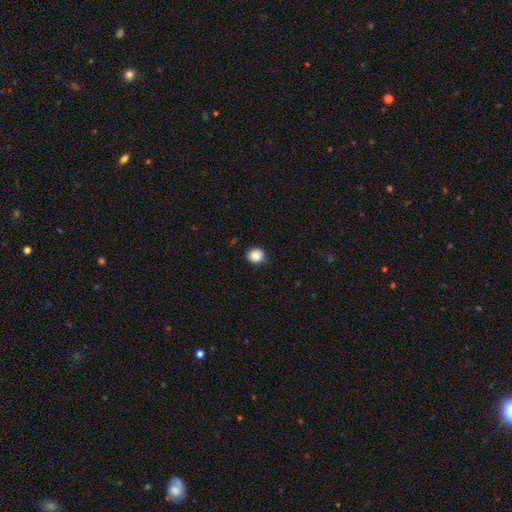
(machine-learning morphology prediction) Smooth or featured? Predicted: smooth (p=0.88). How rounded? Predicted: round (p=0.86). Merging? Predicted: none (p=0.90).